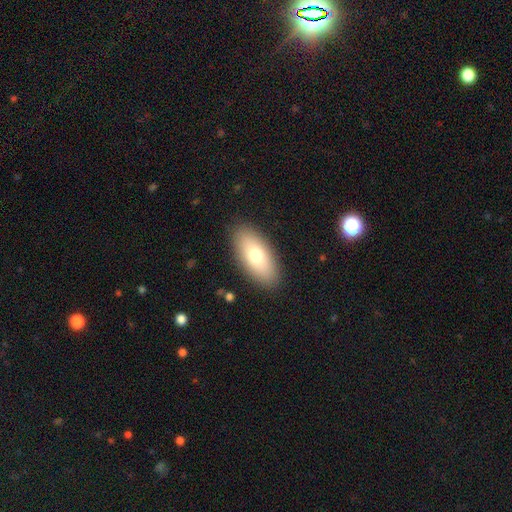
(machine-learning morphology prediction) A smooth galaxy with no disk features (73%) that is in between round and cigar-shaped (89%). Merging: none (88%).